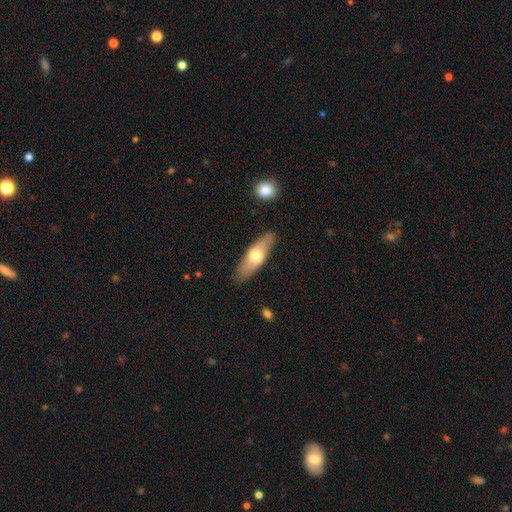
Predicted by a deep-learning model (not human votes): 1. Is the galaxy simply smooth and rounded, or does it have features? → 58% smooth, 37% featured or disk, 5% star or artifact.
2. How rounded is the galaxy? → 51% in between, 46% cigar-shaped, 2% round.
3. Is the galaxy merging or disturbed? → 86% none, 10% minor disturbance, 2% major disturbance, 1% merger.